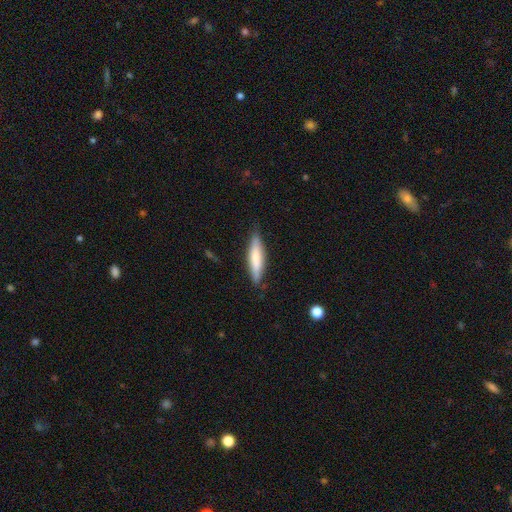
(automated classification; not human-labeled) smooth-or-featured: smooth: 62% | featured or disk: 32% | star or artifact: 6%
  how-rounded: cigar-shaped: 80% | in between: 19% | round: 1%
  merging: none: 84% | minor disturbance: 13% | major disturbance: 2% | merger: 1%